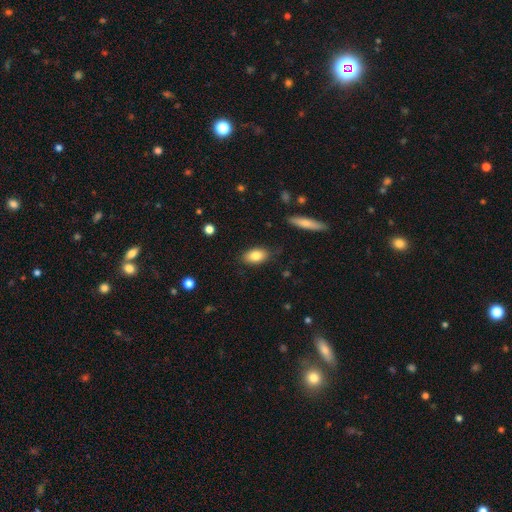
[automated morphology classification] Smooth or featured? smooth (83%)
How rounded? in between (89%)
Merging? none (83%)